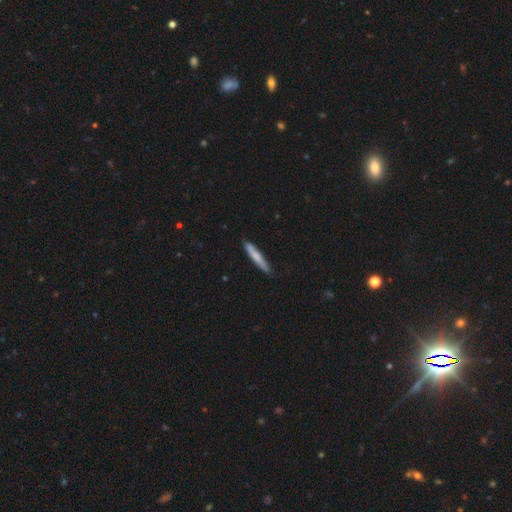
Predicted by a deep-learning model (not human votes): smooth 72%, featured or disk 23%, star or artifact 5%. Down the decision tree: how rounded — cigar-shaped (94%); merging — none (87%).